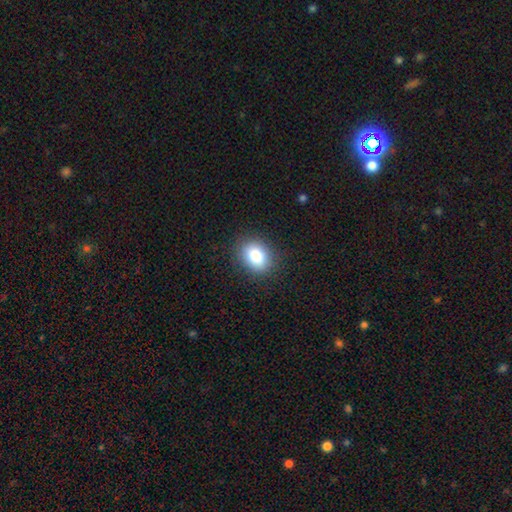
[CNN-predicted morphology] smooth 83%, star or artifact 10%, featured or disk 8%. Down the decision tree: how rounded — in between (58%); merging — none (88%).